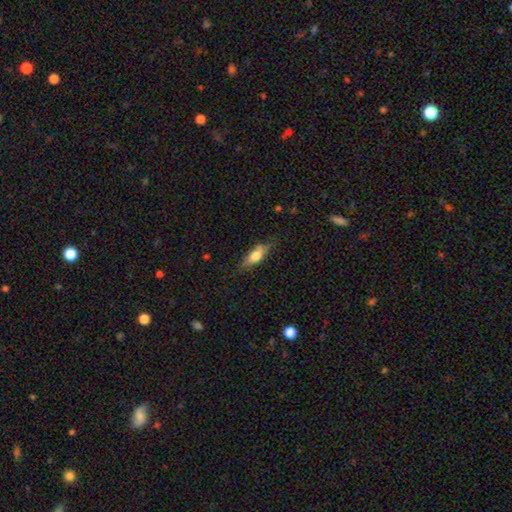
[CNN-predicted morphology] type=smooth (70%); roundness=in between (59%); merging=none (74%).